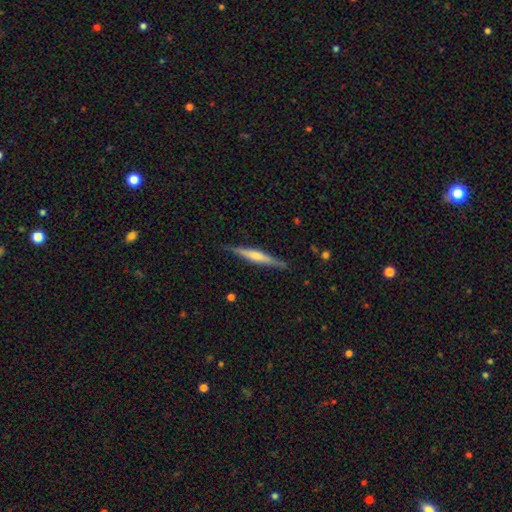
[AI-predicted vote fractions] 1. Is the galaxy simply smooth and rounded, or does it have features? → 58% featured or disk, 36% smooth, 6% star or artifact.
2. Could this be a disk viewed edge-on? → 97% yes, 3% no.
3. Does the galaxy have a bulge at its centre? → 51% rounded, 28% none, 21% boxy.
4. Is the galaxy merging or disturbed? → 88% none, 10% minor disturbance, 2% major disturbance, 1% merger.